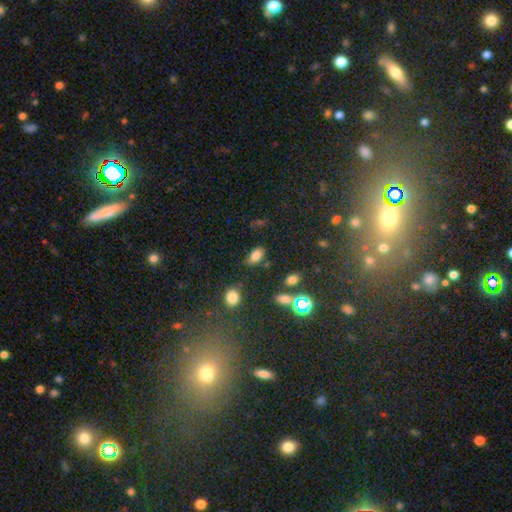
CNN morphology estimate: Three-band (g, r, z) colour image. It shows a smooth galaxy with no disk features (76%) that is in between round and cigar-shaped (89%). Merging: none (68%).